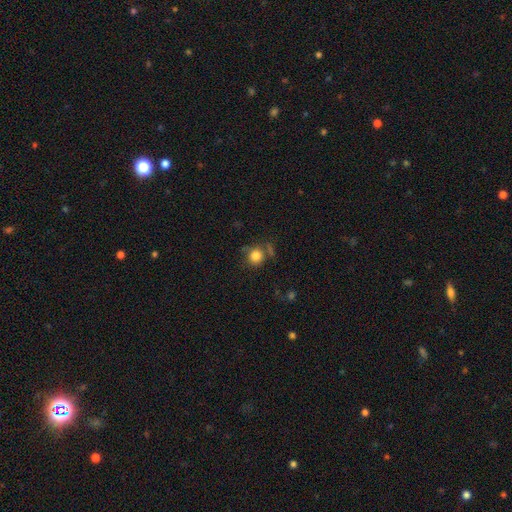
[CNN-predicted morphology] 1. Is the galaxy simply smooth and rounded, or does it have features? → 82% smooth, 11% star or artifact, 8% featured or disk.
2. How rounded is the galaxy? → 87% round, 12% in between, 1% cigar-shaped.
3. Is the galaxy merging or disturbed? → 66% none, 17% minor disturbance, 10% merger, 7% major disturbance.